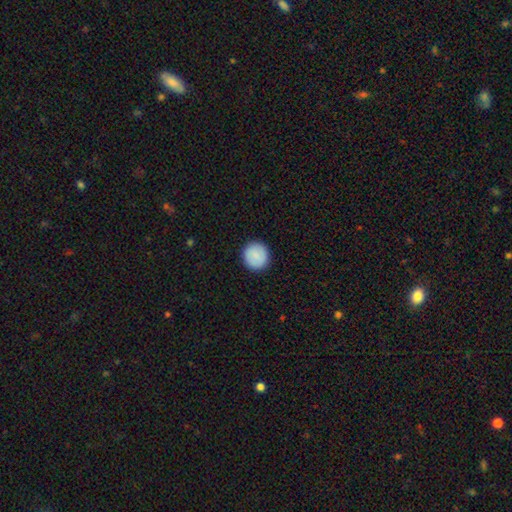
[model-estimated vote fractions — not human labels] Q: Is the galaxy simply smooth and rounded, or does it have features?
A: smooth — 87%.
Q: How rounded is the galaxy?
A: round — 93%.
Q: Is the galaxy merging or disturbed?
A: none — 92%.